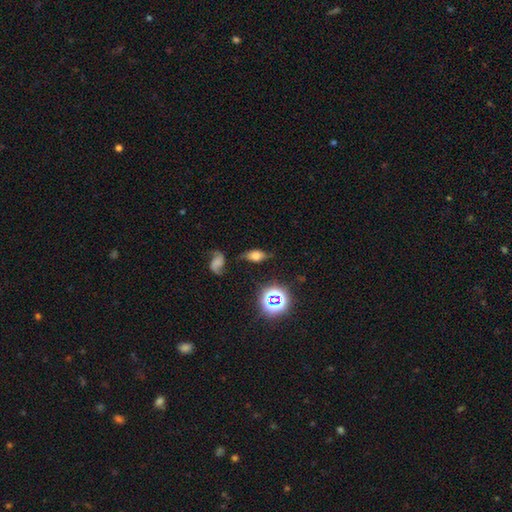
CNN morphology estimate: Smooth or featured? Predicted: smooth (p=0.48). Merging? Predicted: none (p=0.68).